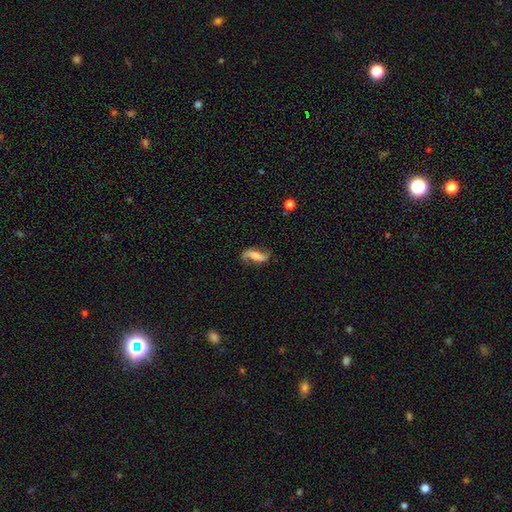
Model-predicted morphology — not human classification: Smooth or featured? Predicted: featured or disk (p=0.67). Edge-on disk? Predicted: no (p=0.90). Bar? Predicted: no (p=0.37). Spiral arms? Predicted: yes (p=0.92). Spiral winding? Predicted: loose (p=0.76). Spiral arm count? Predicted: 2 (p=0.87). Bulge size? Predicted: small (p=0.32, tied with moderate). Merging? Predicted: none (p=0.68).